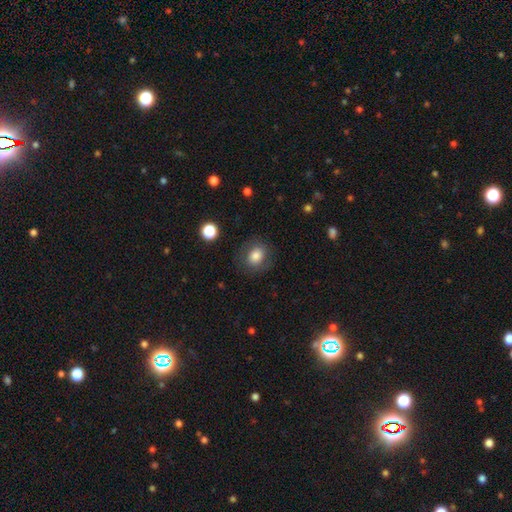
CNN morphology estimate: This appears to be a smooth galaxy with no disk features (78%) that is round (65%). Merging: none (81%).